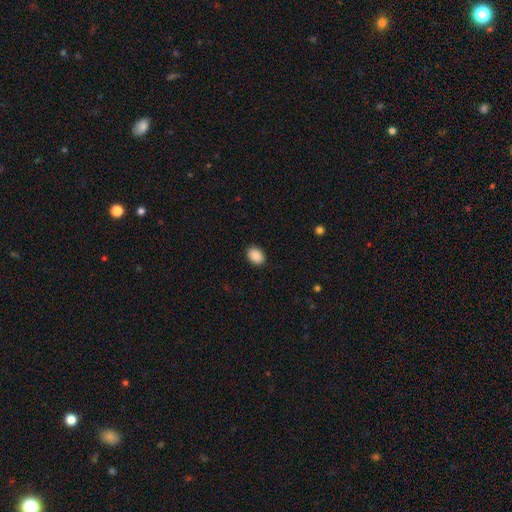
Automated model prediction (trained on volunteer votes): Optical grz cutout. It shows a smooth galaxy with no disk features (90%) that is in between round and cigar-shaped (69%). Merging: none (89%).